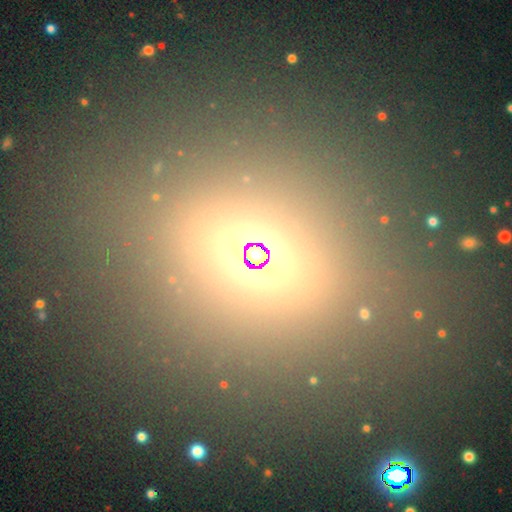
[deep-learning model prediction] smooth_or_featured: smooth (p=0.49) [alt: star or artifact p=0.39]
merging: none (p=0.82) [alt: minor disturbance p=0.09]